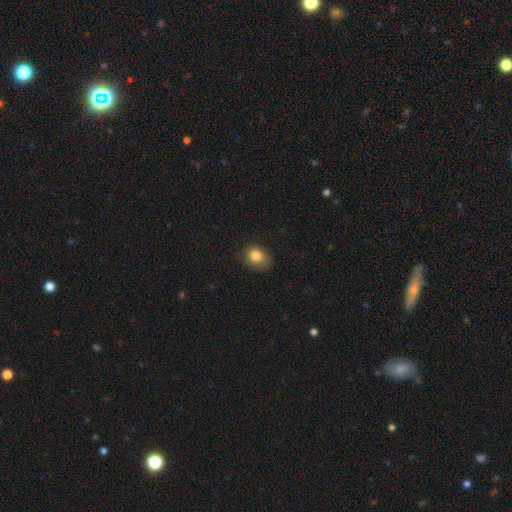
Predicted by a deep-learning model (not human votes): smooth_or_featured: smooth (p=0.83) [alt: star or artifact p=0.10]
how_rounded: round (p=0.54) [alt: in between p=0.45]
merging: none (p=0.76) [alt: minor disturbance p=0.19]